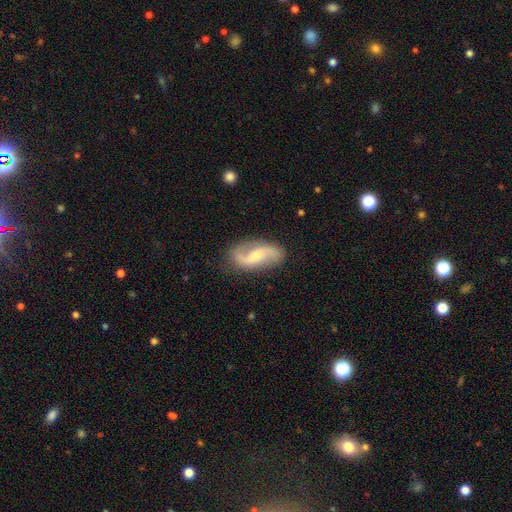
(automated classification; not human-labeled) This appears to be a featured or disk galaxy (82%) with no bar (42%), 2 (91%) loose (70%) spiral arms (95%) and a small central bulge (56%). Merging: none (81%).